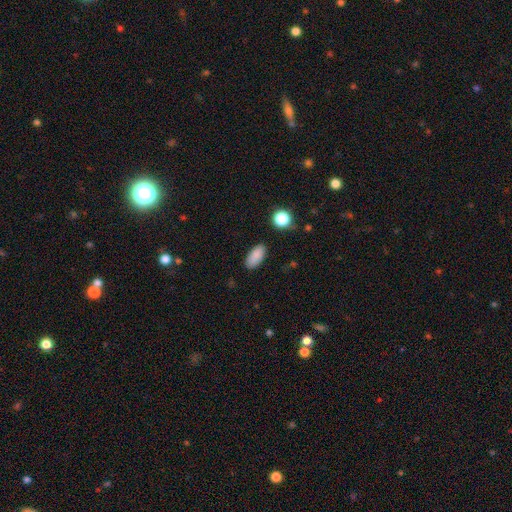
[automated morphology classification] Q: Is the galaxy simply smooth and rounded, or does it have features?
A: smooth — 87%.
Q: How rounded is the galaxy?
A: in between — 90%.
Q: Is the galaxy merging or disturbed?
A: none — 85%.